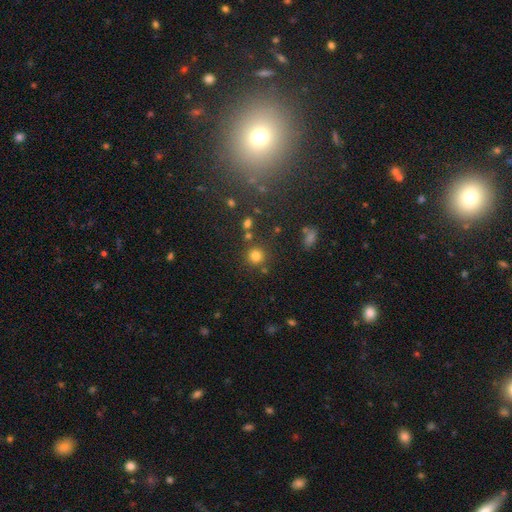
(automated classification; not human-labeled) Smooth or featured? smooth (77%)
How rounded? round (92%)
Merging? none (79%)